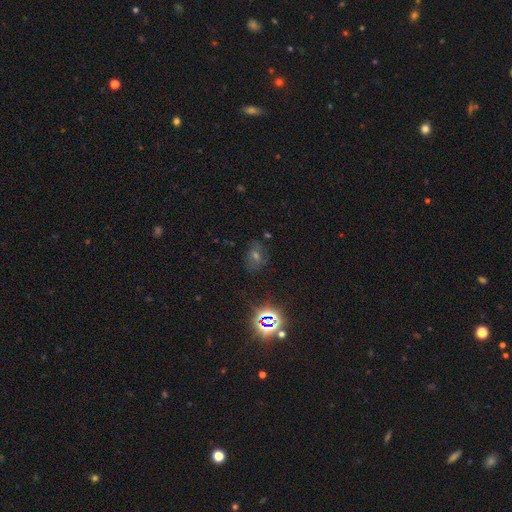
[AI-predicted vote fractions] The model was most divided on "smooth or featured": star or artifact: 49%, smooth: 32%, featured or disk: 20%.